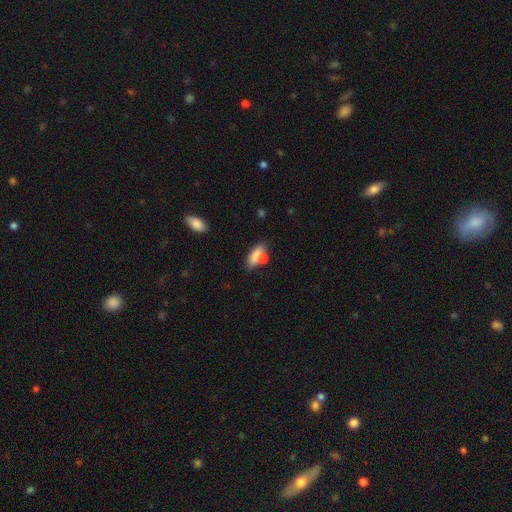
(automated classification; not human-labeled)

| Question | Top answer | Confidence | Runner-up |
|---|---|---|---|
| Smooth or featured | smooth | 74% | featured or disk (18%) |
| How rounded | in between | 70% | cigar-shaped (26%) |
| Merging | none | 48% | merger (28%) |